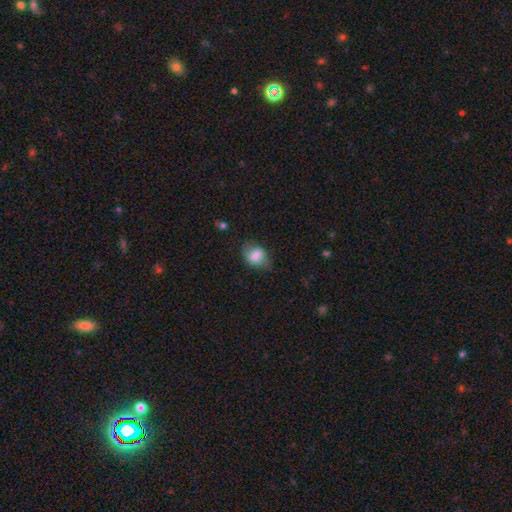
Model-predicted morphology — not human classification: Smooth or featured? Predicted: smooth (p=0.73). How rounded? Predicted: in between (p=0.71). Merging? Predicted: none (p=0.65).